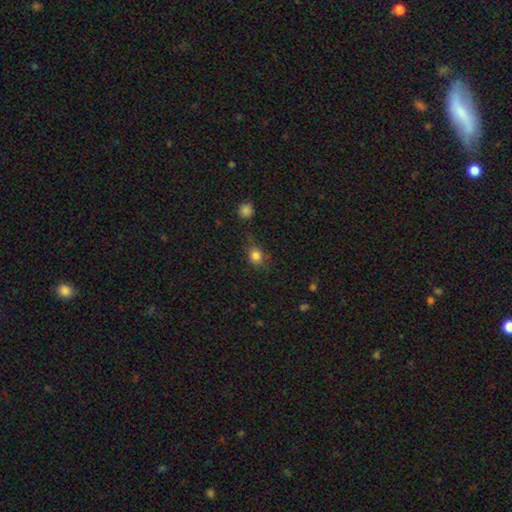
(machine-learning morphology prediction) A smooth galaxy with no disk features (80%) that is round (62%).

Vote fractions:
- Smooth or featured? smooth: 80% / star or artifact: 13% / featured or disk: 7%
- How rounded? round: 62% / in between: 37% / cigar-shaped: 2%
- Merging? none: 67% / minor disturbance: 21% / major disturbance: 7% / merger: 4%